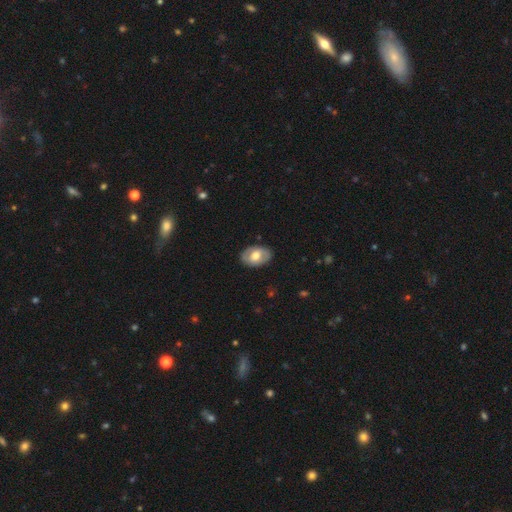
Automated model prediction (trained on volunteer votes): smooth 57%, featured or disk 37%, star or artifact 6%. Down the decision tree: how rounded — in between (85%); merging — none (85%).